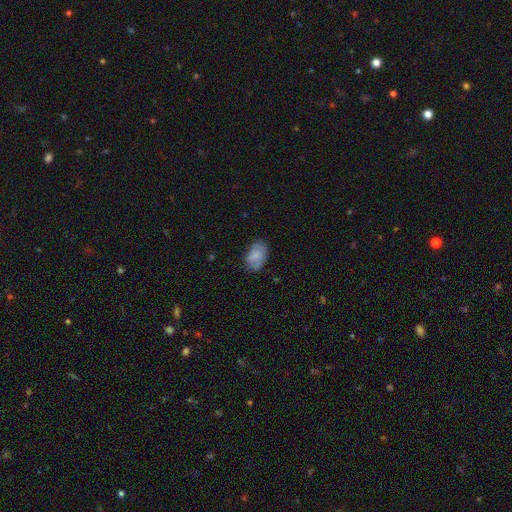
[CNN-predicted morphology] This is likely a smooth galaxy (74%). How rounded: clearly in between (90%). Merging: likely none (70%).